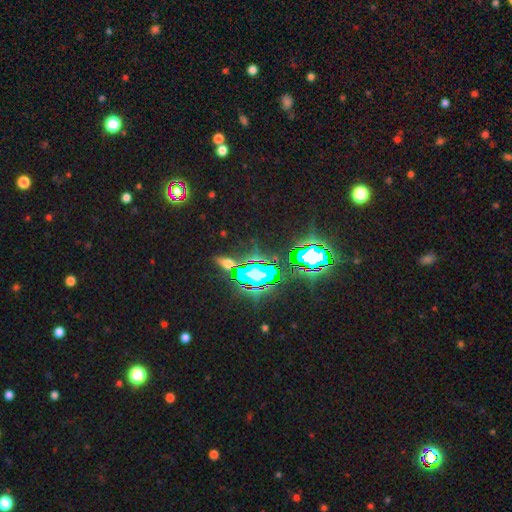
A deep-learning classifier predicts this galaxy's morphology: star or artifact 82%, smooth 10%, featured or disk 8%.